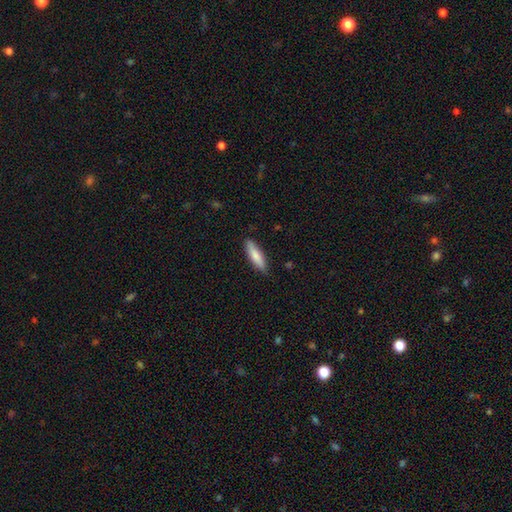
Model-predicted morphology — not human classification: Smooth or featured?
  - smooth: 79% *
  - featured or disk: 16%
  - star or artifact: 5%
How rounded?
  - cigar-shaped: 65% *
  - in between: 33%
  - round: 2%
Merging?
  - none: 84% *
  - minor disturbance: 13%
  - major disturbance: 2%
  - merger: 1%